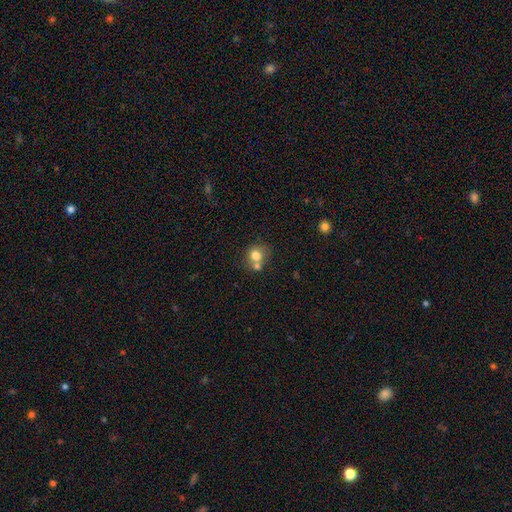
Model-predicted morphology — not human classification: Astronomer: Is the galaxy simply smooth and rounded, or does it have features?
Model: smooth — 75%.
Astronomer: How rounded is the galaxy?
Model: round — 77%.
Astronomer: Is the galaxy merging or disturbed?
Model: none — 44% (runner-up: merger, 42%).